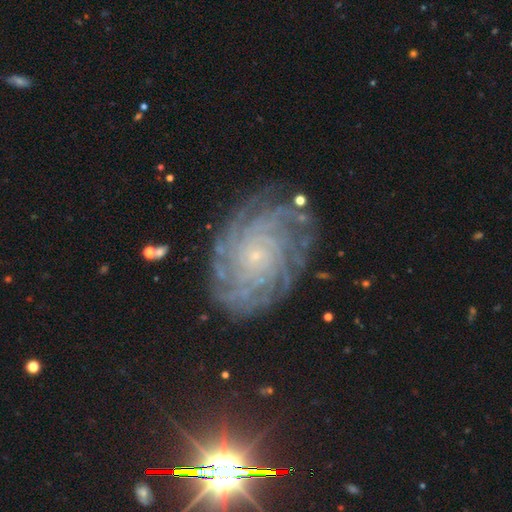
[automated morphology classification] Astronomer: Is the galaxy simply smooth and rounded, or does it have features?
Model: featured or disk — 85%.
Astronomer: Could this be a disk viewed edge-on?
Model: no — 97%.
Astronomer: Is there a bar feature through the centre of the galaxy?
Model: no — 81%.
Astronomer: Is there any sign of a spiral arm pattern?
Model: yes — 97%.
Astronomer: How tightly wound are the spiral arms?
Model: tight — 81%.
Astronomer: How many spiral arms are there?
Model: more than 4 — 33% (runner-up: can't tell, 23%).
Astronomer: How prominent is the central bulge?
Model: small — 88%.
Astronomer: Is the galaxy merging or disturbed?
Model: none — 81%.